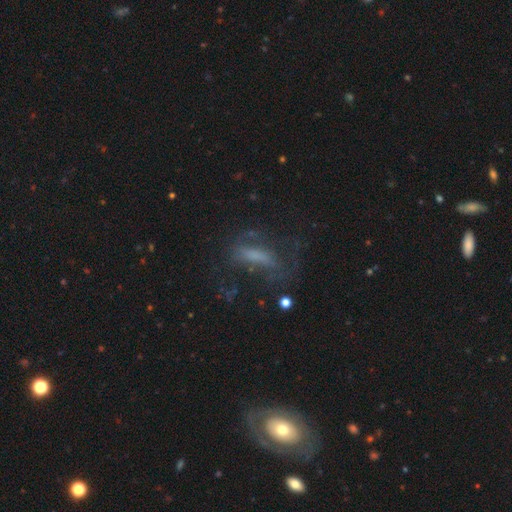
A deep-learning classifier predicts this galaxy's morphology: Overall: featured or disk (48%; smooth 34%). Merging: none (47%; major disturbance 29%).